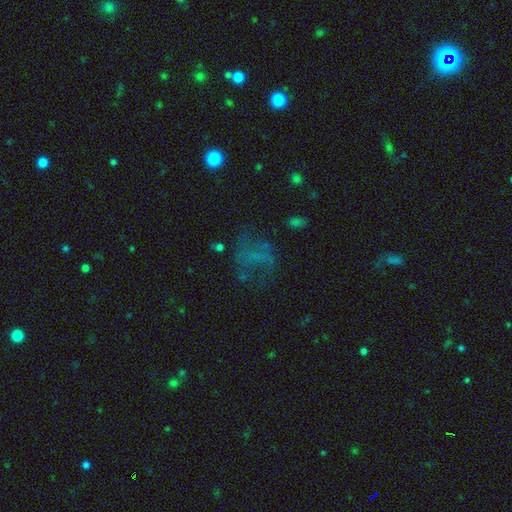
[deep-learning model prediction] This appears to be a featured or disk galaxy (36%). Merging: none (49%).